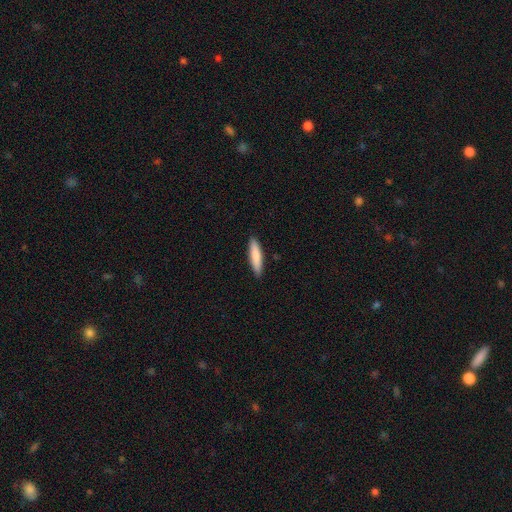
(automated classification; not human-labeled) Smooth or featured?
  - smooth: 82% *
  - featured or disk: 13%
  - star or artifact: 5%
How rounded?
  - cigar-shaped: 80% *
  - in between: 19%
  - round: 1%
Merging?
  - none: 90% *
  - minor disturbance: 7%
  - major disturbance: 1%
  - merger: 1%